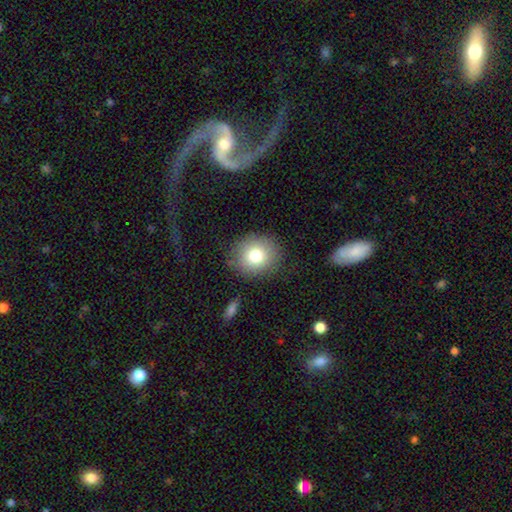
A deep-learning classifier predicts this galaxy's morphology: smooth 78%, featured or disk 11%, star or artifact 10%. Down the decision tree: how rounded — round (77%); merging — none (84%).